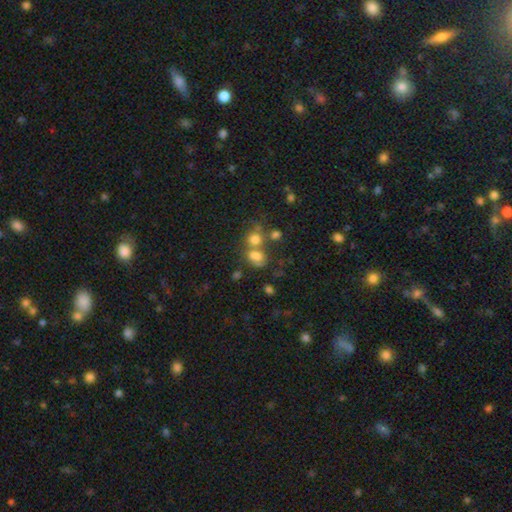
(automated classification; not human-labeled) Smooth or featured?
  - smooth: 71% *
  - star or artifact: 16%
  - featured or disk: 13%
How rounded?
  - in between: 55% *
  - round: 44%
  - cigar-shaped: 1%
Merging?
  - merger: 47% *
  - none: 35%
  - minor disturbance: 11%
  - major disturbance: 7%